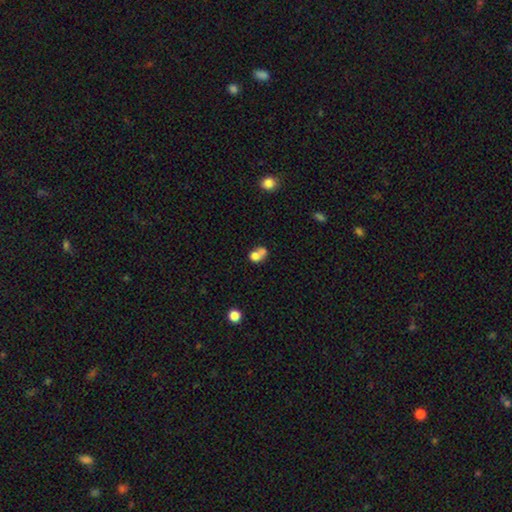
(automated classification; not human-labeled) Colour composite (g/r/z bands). It shows a smooth galaxy with no disk features (73%) that is round (52%). Merging: merger (53%).